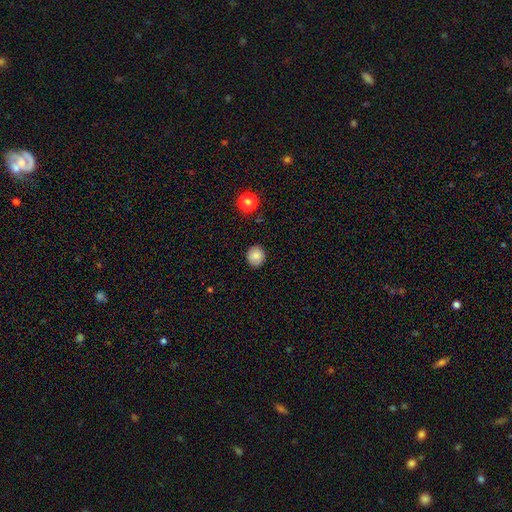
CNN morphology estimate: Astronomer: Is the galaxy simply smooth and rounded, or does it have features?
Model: smooth — 85%.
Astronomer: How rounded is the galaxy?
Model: round — 84%.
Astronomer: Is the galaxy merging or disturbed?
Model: none — 88%.